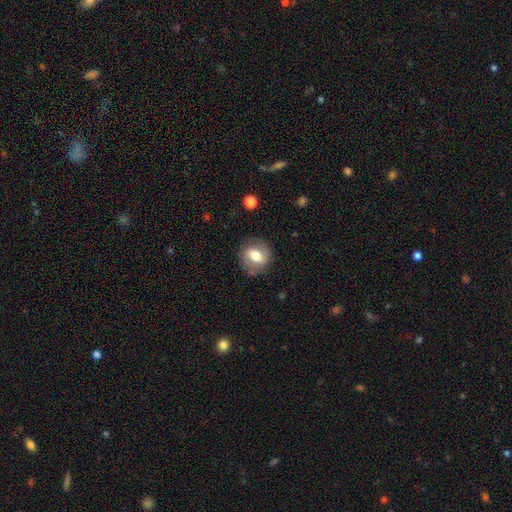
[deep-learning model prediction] Smooth or featured? smooth (64%)
How rounded? round (70%)
Merging? none (79%)